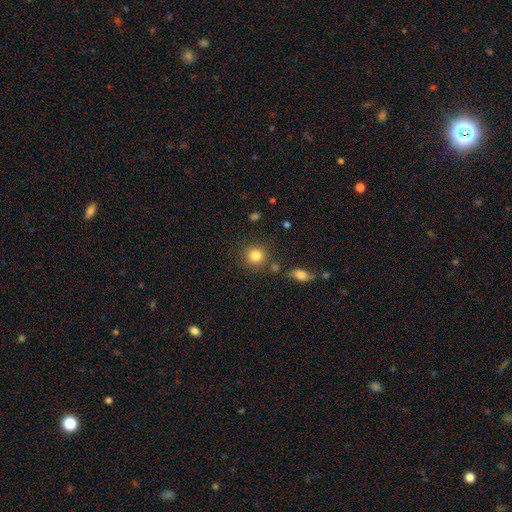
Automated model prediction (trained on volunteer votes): A smooth galaxy with no disk features (83%) that is round (89%).

Vote fractions:
- Smooth or featured? smooth: 83% / star or artifact: 10% / featured or disk: 7%
- How rounded? round: 89% / in between: 10% / cigar-shaped: 1%
- Merging? none: 81% / minor disturbance: 9% / merger: 7% / major disturbance: 3%